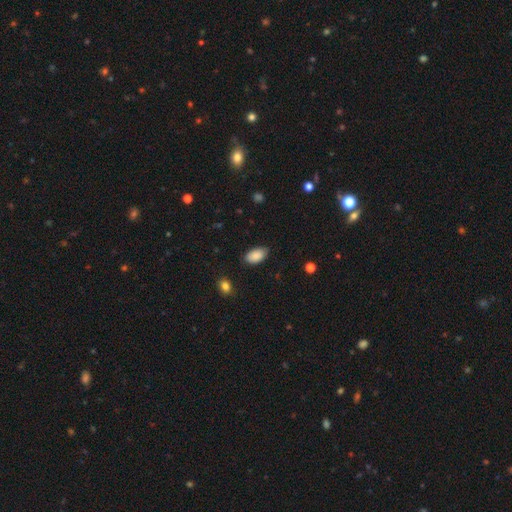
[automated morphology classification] This is clearly a smooth galaxy (88%). How rounded: clearly in between (94%). Merging: clearly none (82%).